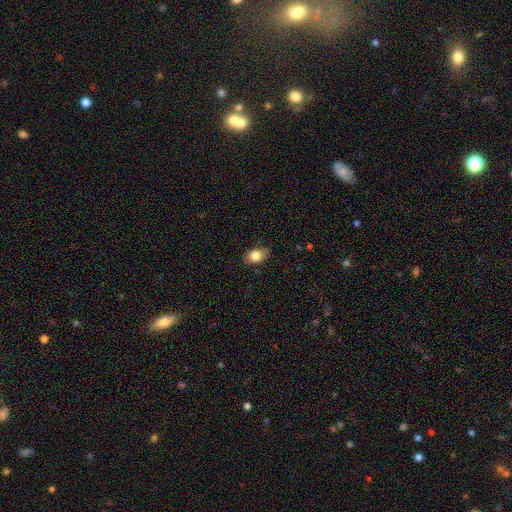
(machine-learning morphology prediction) smooth-or-featured: smooth: 81% | featured or disk: 10% | star or artifact: 8%
  how-rounded: in between: 81% | round: 17% | cigar-shaped: 2%
  merging: none: 81% | minor disturbance: 15% | major disturbance: 3% | merger: 1%